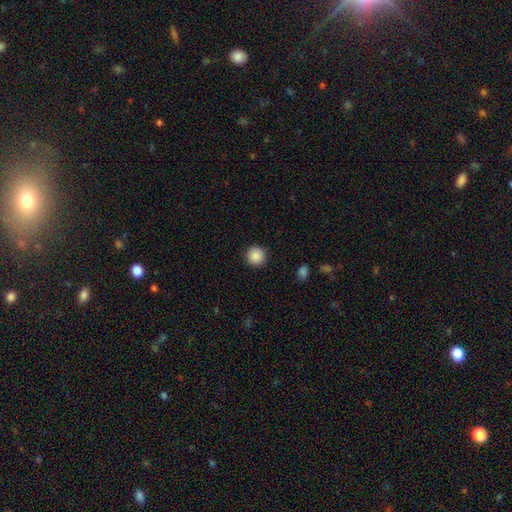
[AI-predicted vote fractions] Morphology: type=smooth (89%); roundness=round (95%); merging=none (92%).